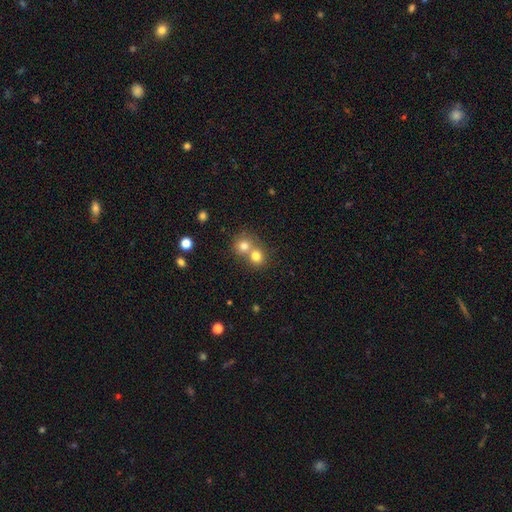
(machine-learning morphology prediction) type=smooth (76%); roundness=round (82%); merging=merger (57%).